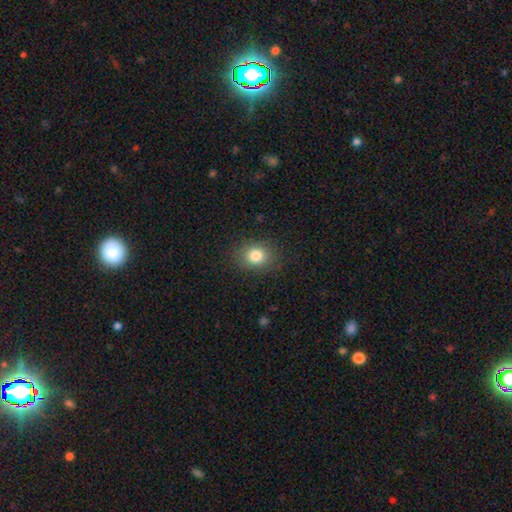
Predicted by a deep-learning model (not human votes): smooth-or-featured: smooth: 82% | star or artifact: 11% | featured or disk: 7%
  how-rounded: round: 64% | in between: 35% | cigar-shaped: 1%
  merging: none: 86% | minor disturbance: 9% | major disturbance: 3% | merger: 1%